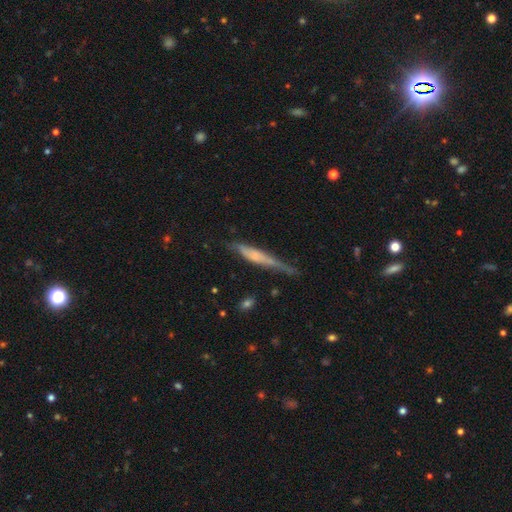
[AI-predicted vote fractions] smooth-or-featured: featured or disk: 47% | smooth: 46% | star or artifact: 7%
  merging: none: 53% | minor disturbance: 32% | major disturbance: 11% | merger: 4%